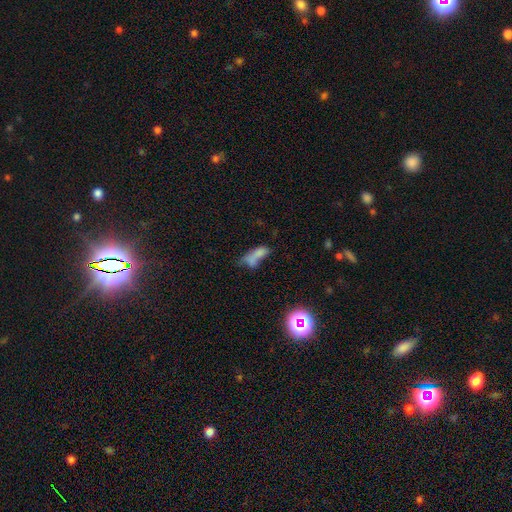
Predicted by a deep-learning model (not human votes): Smooth or featured?
  - smooth: 66% *
  - featured or disk: 18%
  - star or artifact: 15%
How rounded?
  - in between: 68% *
  - cigar-shaped: 24%
  - round: 7%
Merging?
  - merger: 43% *
  - none: 25%
  - major disturbance: 17%
  - minor disturbance: 15%